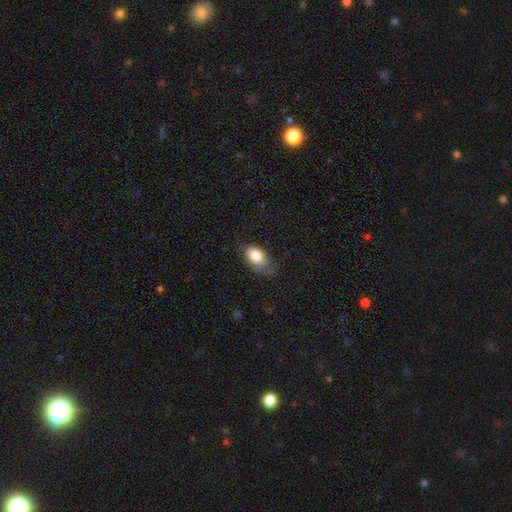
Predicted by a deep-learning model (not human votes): Overall: smooth (81%). How rounded: in between (91%). Merging: none (47%; minor disturbance 36%).